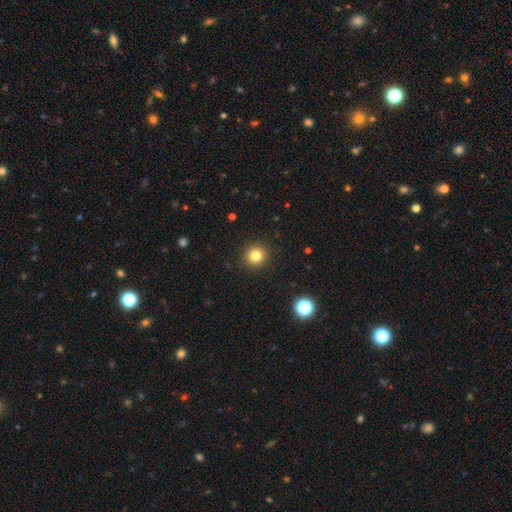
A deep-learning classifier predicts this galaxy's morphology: Q: Smooth or featured?
A: smooth (82%); runner-up: star or artifact (12%)
Q: How rounded?
A: round (93%); runner-up: in between (6%)
Q: Merging?
A: none (92%); runner-up: minor disturbance (5%)